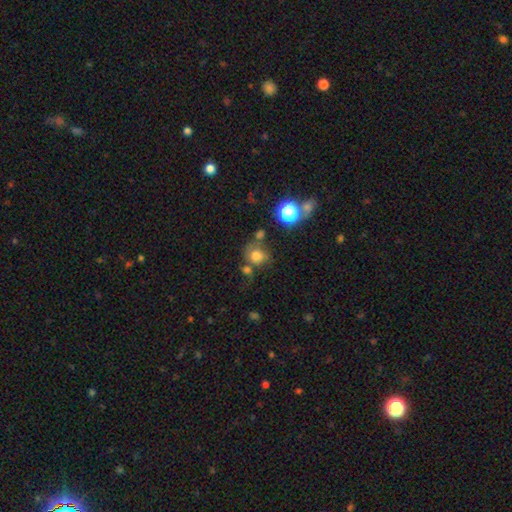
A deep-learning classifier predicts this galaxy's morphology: Smooth or featured? smooth (71%)
How rounded? round (77%)
Merging? none (48%)